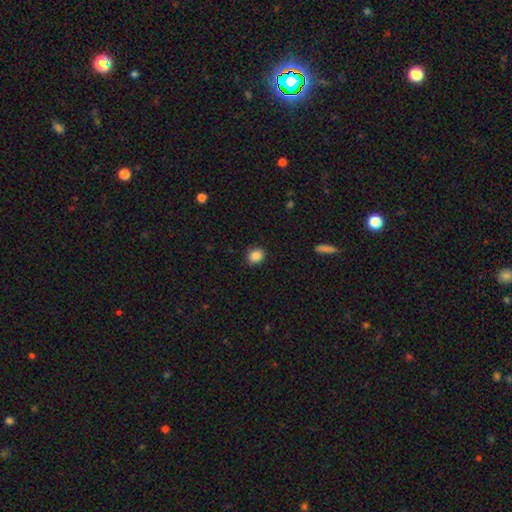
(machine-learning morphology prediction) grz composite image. It shows a smooth galaxy with no disk features (87%) that is round (56%). Merging: none (88%).